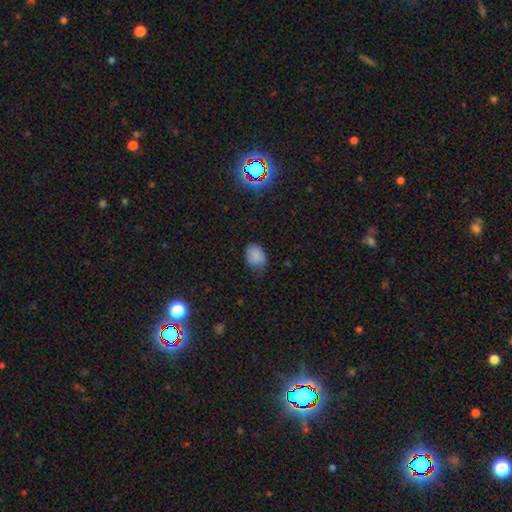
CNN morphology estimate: smooth-or-featured: smooth: 80% | star or artifact: 11% | featured or disk: 9%
  how-rounded: in between: 66% | round: 33% | cigar-shaped: 1%
  merging: none: 47% | minor disturbance: 40% | major disturbance: 11% | merger: 1%